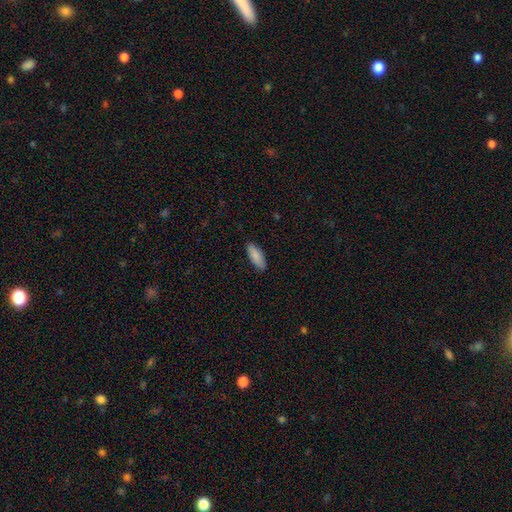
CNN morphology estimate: Smooth or featured? Predicted: smooth (p=0.88). How rounded? Predicted: in between (p=0.70). Merging? Predicted: none (p=0.87).